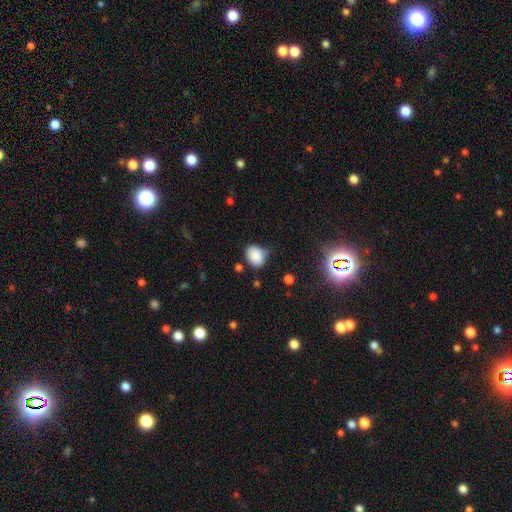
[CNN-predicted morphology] Smooth or featured?
  - smooth: 85% *
  - star or artifact: 10%
  - featured or disk: 5%
How rounded?
  - in between: 56% *
  - round: 43%
  - cigar-shaped: 1%
Merging?
  - none: 57% *
  - minor disturbance: 31%
  - major disturbance: 7%
  - merger: 5%